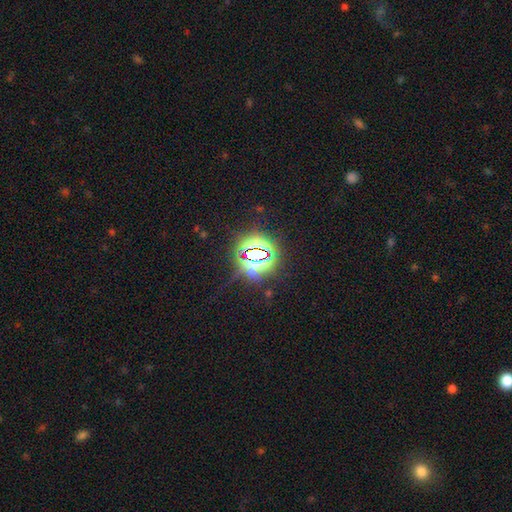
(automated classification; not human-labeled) Smooth or featured?
  - star or artifact: 78% *
  - smooth: 13%
  - featured or disk: 9%